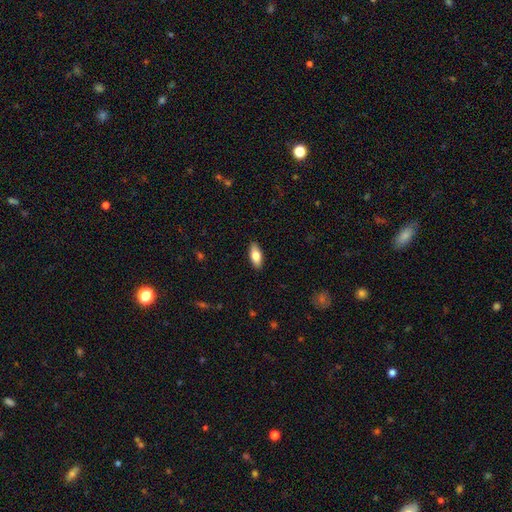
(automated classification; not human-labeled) Q: Smooth or featured?
A: smooth (77%); runner-up: featured or disk (17%)
Q: How rounded?
A: in between (82%); runner-up: cigar-shaped (16%)
Q: Merging?
A: none (90%); runner-up: minor disturbance (8%)